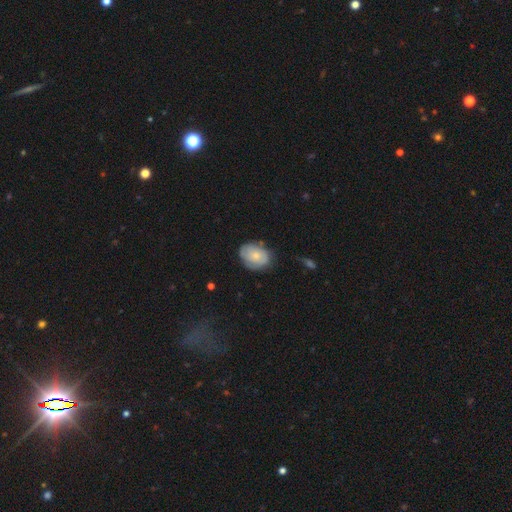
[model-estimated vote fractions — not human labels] A smooth galaxy with no disk features (61%) that is in between round and cigar-shaped (67%). Merging: none (66%).